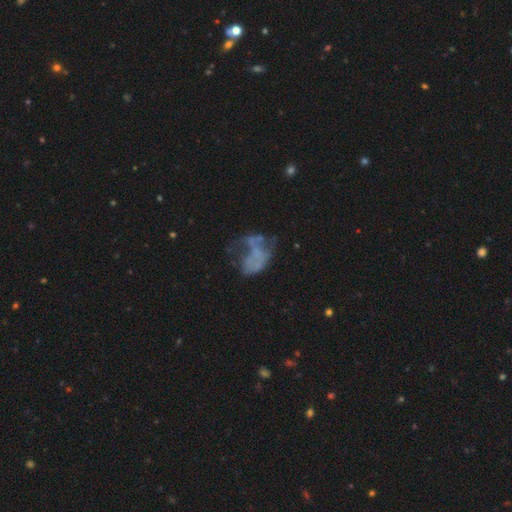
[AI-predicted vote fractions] This appears to be a featured or disk galaxy (54%) with no bar (92%), no spiral arms (89%) and no central bulge (84%). Merging: major disturbance (46%).